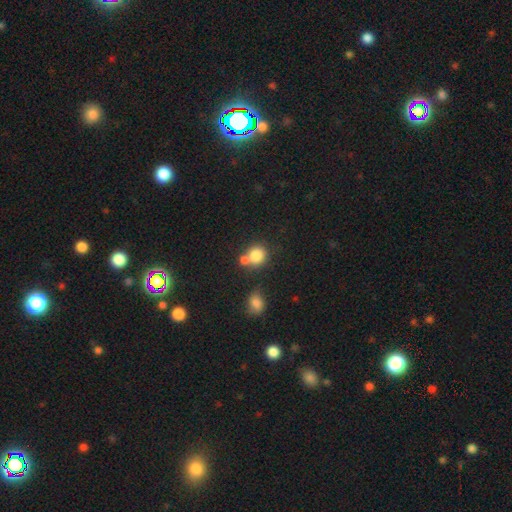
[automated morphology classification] This is clearly a smooth galaxy (82%). How rounded: clearly round (83%). Merging: possibly none (51%).